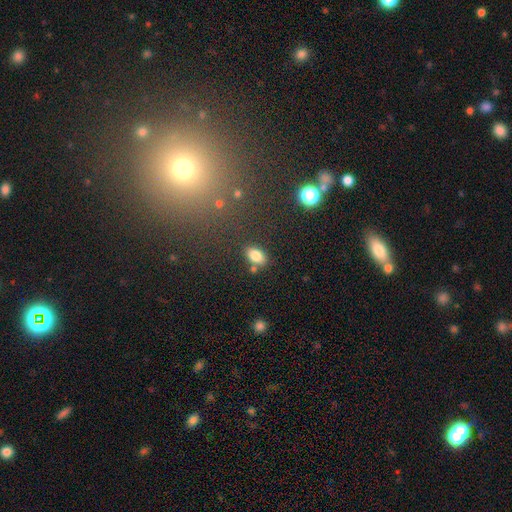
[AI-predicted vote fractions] This appears to be a smooth galaxy with no disk features (82%) that is in between round and cigar-shaped (88%). Merging: none (73%).